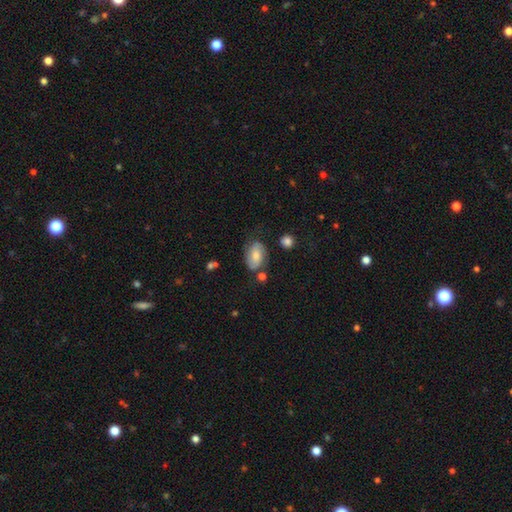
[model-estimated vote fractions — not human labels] Q: Smooth or featured?
A: smooth (58%); runner-up: featured or disk (34%)
Q: How rounded?
A: in between (88%); runner-up: round (10%)
Q: Merging?
A: none (62%); runner-up: minor disturbance (24%)